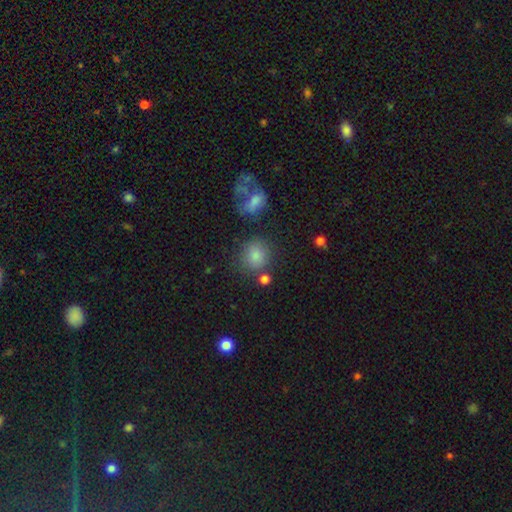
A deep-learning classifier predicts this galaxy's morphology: A smooth galaxy with no disk features (81%) that is round (78%).

Vote fractions:
- Smooth or featured? smooth: 81% / star or artifact: 11% / featured or disk: 8%
- How rounded? round: 78% / in between: 21% / cigar-shaped: 1%
- Merging? none: 66% / minor disturbance: 14% / merger: 12% / major disturbance: 7%